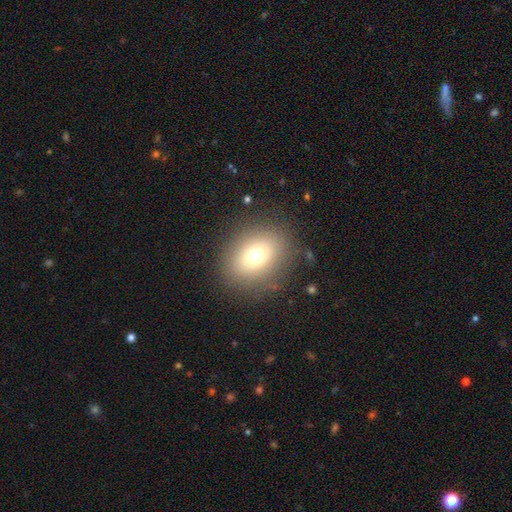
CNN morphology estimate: A smooth galaxy with no disk features (71%) that is round (54%). Merging: none (84%).